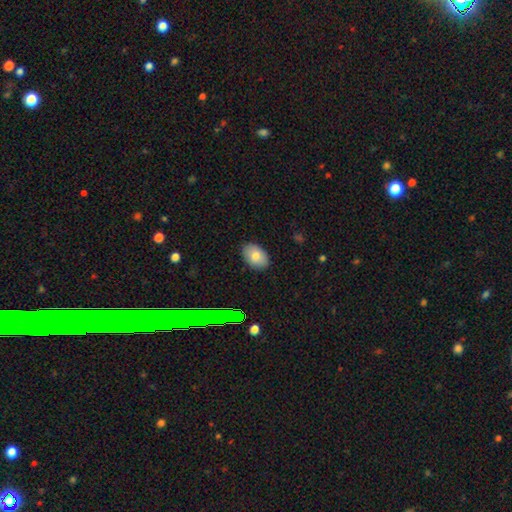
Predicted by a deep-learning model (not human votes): A smooth galaxy with no disk features (81%) that is in between round and cigar-shaped (86%).

Vote fractions:
- Smooth or featured? smooth: 81% / featured or disk: 11% / star or artifact: 8%
- How rounded? in between: 86% / round: 13% / cigar-shaped: 1%
- Merging? none: 87% / minor disturbance: 10% / major disturbance: 2% / merger: 1%